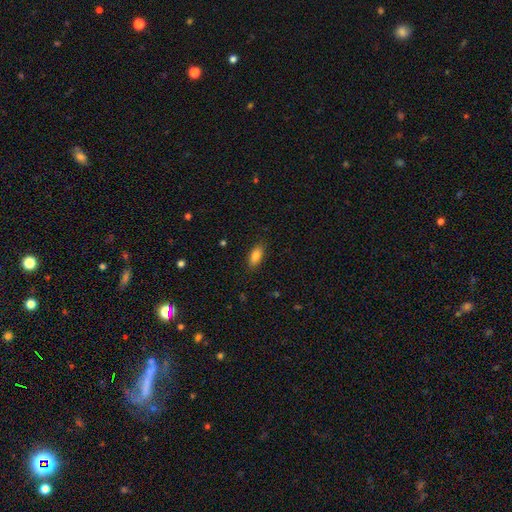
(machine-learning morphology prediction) This is clearly a smooth galaxy (83%). How rounded: clearly in between (83%). Merging: clearly none (85%).